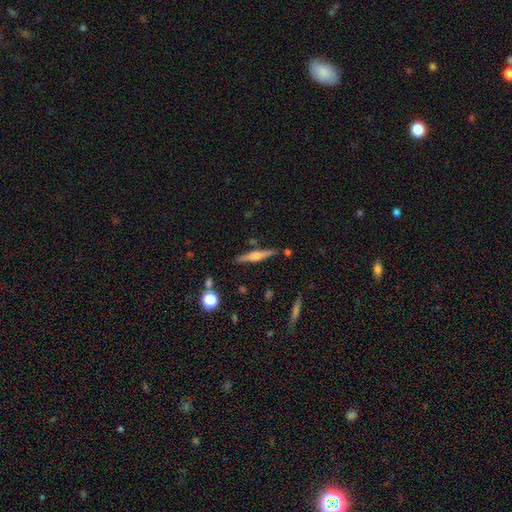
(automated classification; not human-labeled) The model was most divided on "smooth or featured": featured or disk: 62%, smooth: 31%, star or artifact: 7%. More confident: edge-on disk — yes (97%); merging — none (87%); edge-on bulge — rounded (78%).